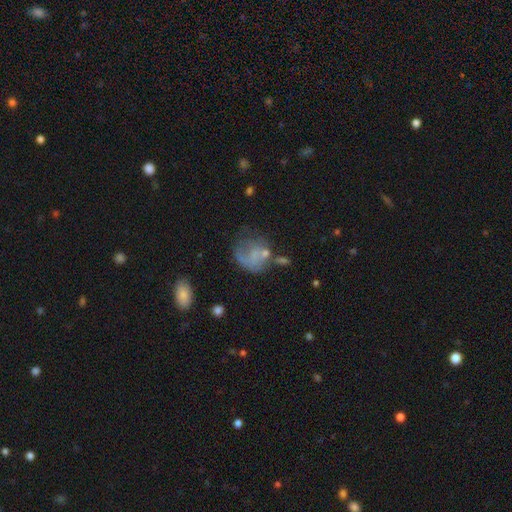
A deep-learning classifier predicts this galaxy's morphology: This appears to be a smooth galaxy with no disk features (49%). Merging: major disturbance (36%).